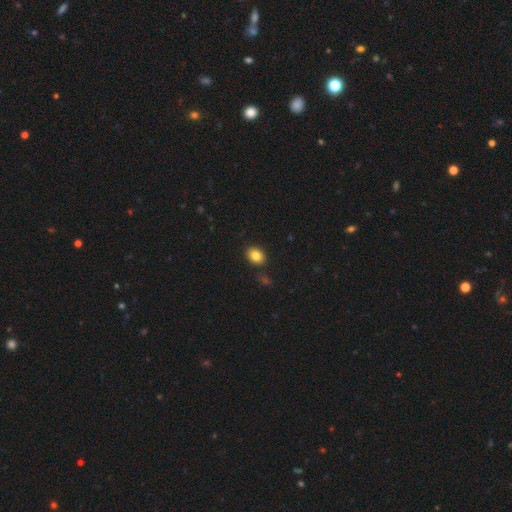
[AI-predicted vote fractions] Smooth or featured?
  - smooth: 83% *
  - star or artifact: 10%
  - featured or disk: 7%
How rounded?
  - in between: 62% *
  - round: 37%
  - cigar-shaped: 1%
Merging?
  - none: 86% *
  - minor disturbance: 9%
  - merger: 3%
  - major disturbance: 2%